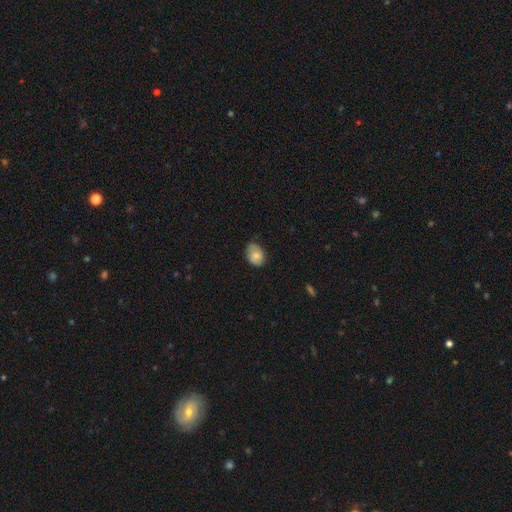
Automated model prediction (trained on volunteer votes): This appears to be a smooth galaxy with no disk features (77%) that is in between round and cigar-shaped (67%). Merging: none (66%).